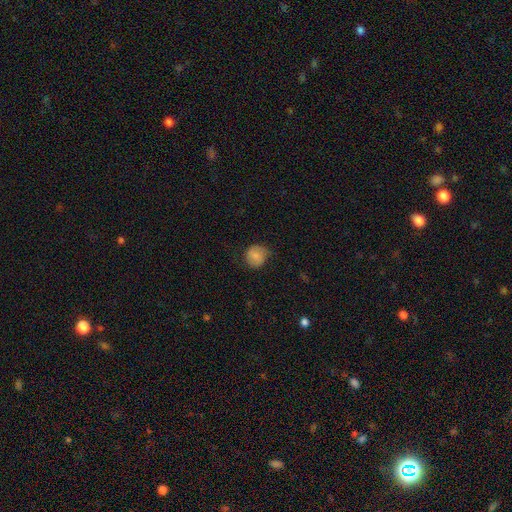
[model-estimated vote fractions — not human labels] Smooth or featured? smooth (76%)
How rounded? round (84%)
Merging? none (62%)